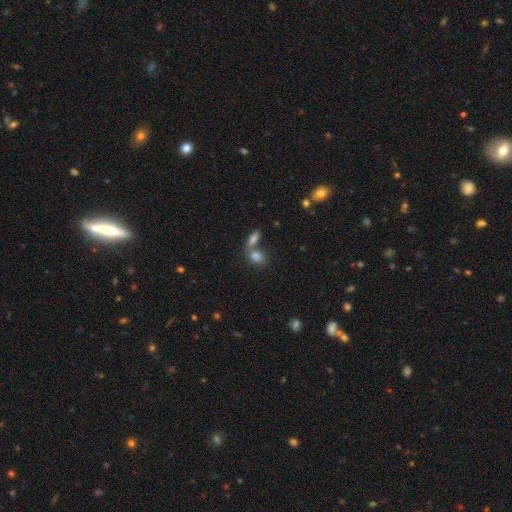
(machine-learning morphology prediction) A smooth galaxy with no disk features (77%) that is in between round and cigar-shaped (72%).

Vote fractions:
- Smooth or featured? smooth: 77% / star or artifact: 14% / featured or disk: 10%
- How rounded? in between: 72% / round: 24% / cigar-shaped: 4%
- Merging? merger: 45% / none: 43% / minor disturbance: 8% / major disturbance: 4%